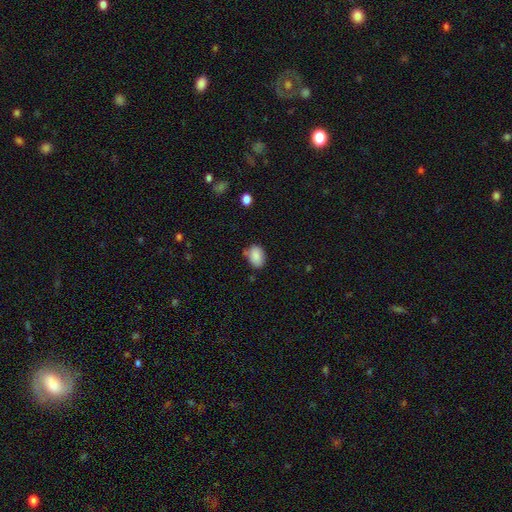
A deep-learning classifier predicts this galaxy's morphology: This is clearly a smooth galaxy (87%). How rounded: likely in between (77%). Merging: likely none (70%).